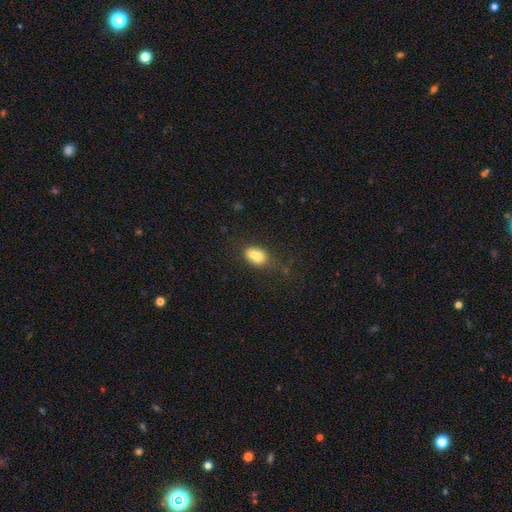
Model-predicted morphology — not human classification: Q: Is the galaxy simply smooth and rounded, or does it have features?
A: smooth — 82%.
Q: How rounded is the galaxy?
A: in between — 86%.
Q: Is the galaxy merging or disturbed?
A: none — 59%.